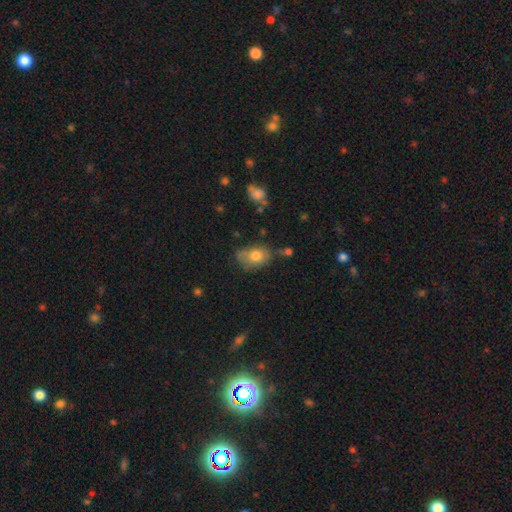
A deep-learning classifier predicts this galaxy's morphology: type=smooth (75%); roundness=in between (81%); merging=none (53%).